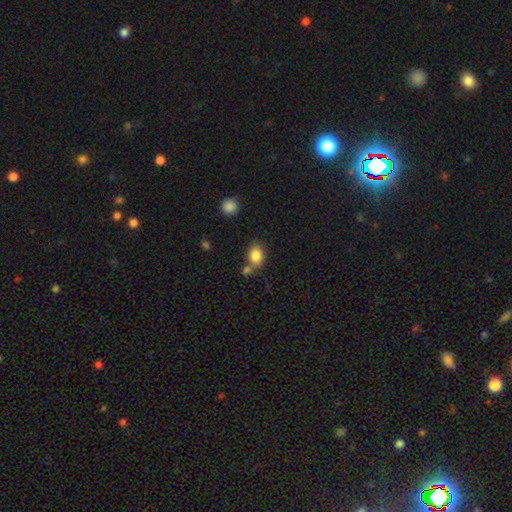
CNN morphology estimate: Smooth or featured? smooth (85%)
How rounded? in between (61%)
Merging? none (58%)